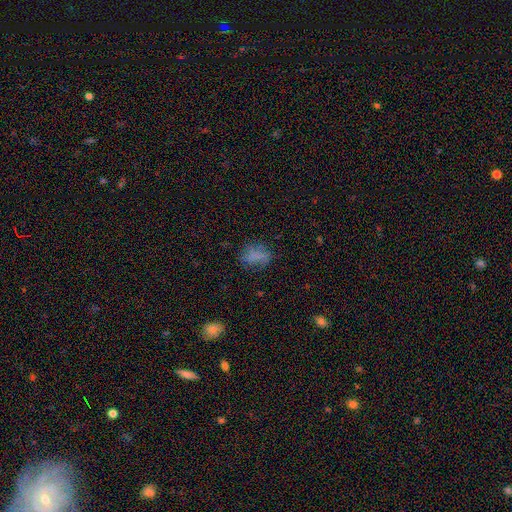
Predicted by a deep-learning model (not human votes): A smooth galaxy with no disk features (68%) that is in between round and cigar-shaped (66%).

Vote fractions:
- Smooth or featured? smooth: 68% / star or artifact: 17% / featured or disk: 15%
- How rounded? in between: 66% / round: 30% / cigar-shaped: 3%
- Merging? none: 64% / minor disturbance: 20% / major disturbance: 13% / merger: 3%